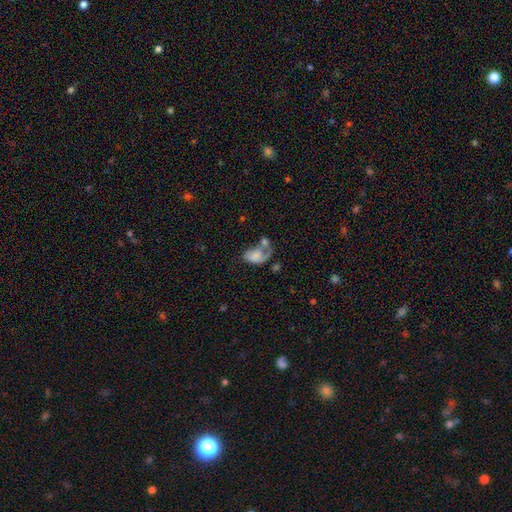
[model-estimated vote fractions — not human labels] A smooth galaxy with no disk features (52%) that is in between round and cigar-shaped (84%). Merging: major disturbance (32%).